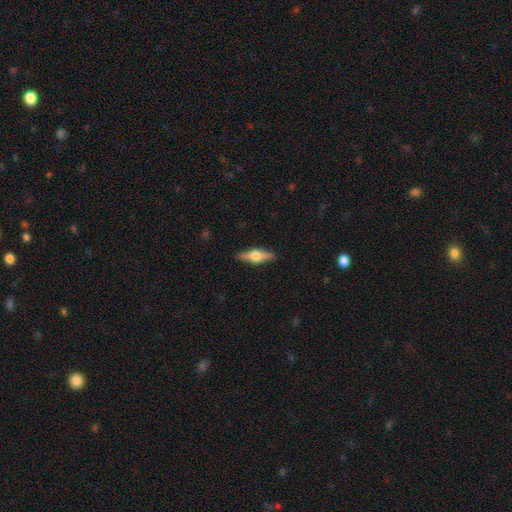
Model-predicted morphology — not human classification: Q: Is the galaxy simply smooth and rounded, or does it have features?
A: featured or disk — 65%.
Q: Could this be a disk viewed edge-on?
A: yes — 96%.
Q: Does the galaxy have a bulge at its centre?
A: rounded — 94%.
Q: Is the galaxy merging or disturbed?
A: none — 89%.